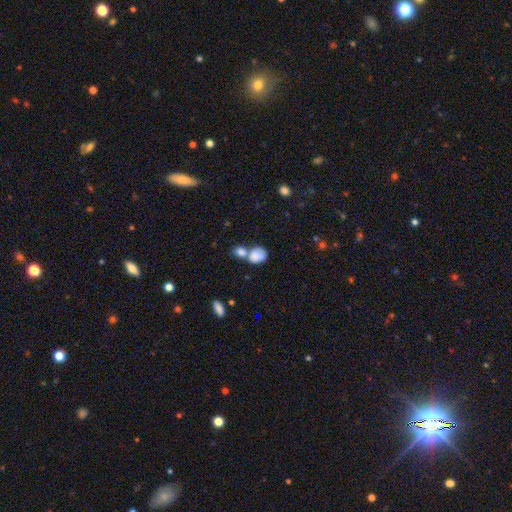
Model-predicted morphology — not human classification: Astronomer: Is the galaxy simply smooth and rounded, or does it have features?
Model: smooth — 83%.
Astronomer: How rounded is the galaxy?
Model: in between — 62% (runner-up: round, 37%).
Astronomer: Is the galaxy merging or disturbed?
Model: merger — 58%.